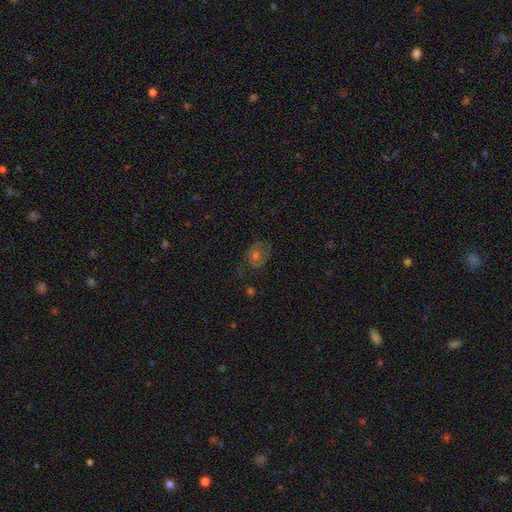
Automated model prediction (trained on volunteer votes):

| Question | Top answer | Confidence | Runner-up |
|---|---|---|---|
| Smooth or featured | featured or disk | 59% | smooth (27%) |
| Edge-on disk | no | 96% | yes (4%) |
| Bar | no | 72% | weak (23%) |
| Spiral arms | yes | 78% | no (22%) |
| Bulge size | moderate | 55% | small (37%) |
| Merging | none | 62% | minor disturbance (21%) |